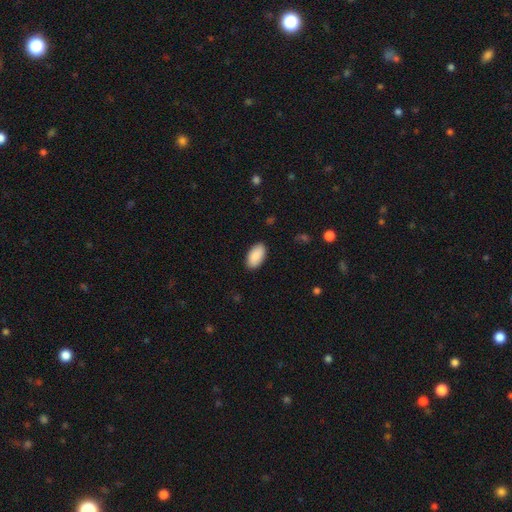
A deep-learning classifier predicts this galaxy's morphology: This appears to be a smooth galaxy with no disk features (91%) that is in between round and cigar-shaped (96%). Merging: none (89%).